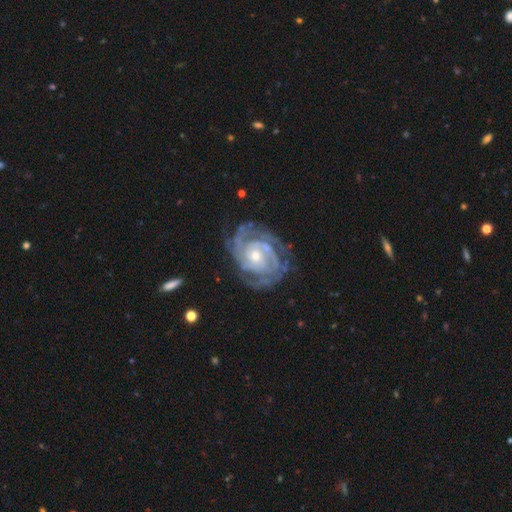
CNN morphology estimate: A featured or disk galaxy (91%) with no bar (69%), 3 (27%) tight (73%) spiral arms (98%) and a small central bulge (50%). Merging: none (74%).